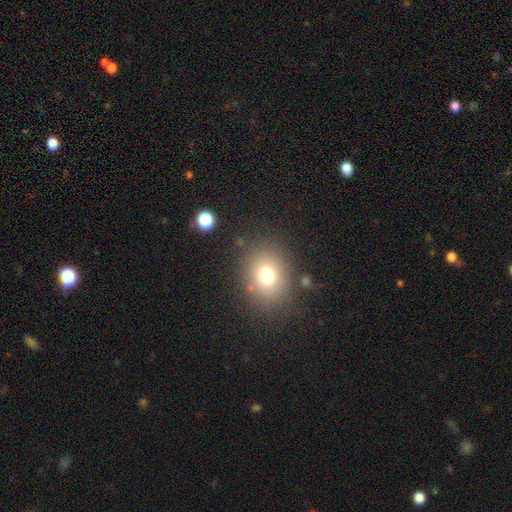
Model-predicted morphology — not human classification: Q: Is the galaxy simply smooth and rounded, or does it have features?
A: smooth — 66%.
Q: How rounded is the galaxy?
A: round — 61%.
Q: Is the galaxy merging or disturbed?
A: none — 86%.